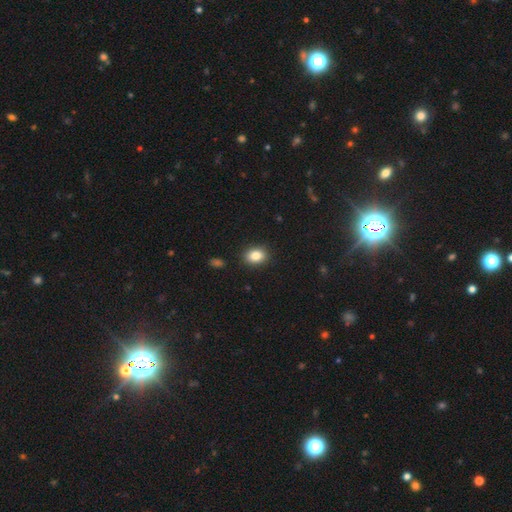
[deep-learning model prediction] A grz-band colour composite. It shows a smooth galaxy with no disk features (85%) that is in between round and cigar-shaped (65%). Merging: none (89%).